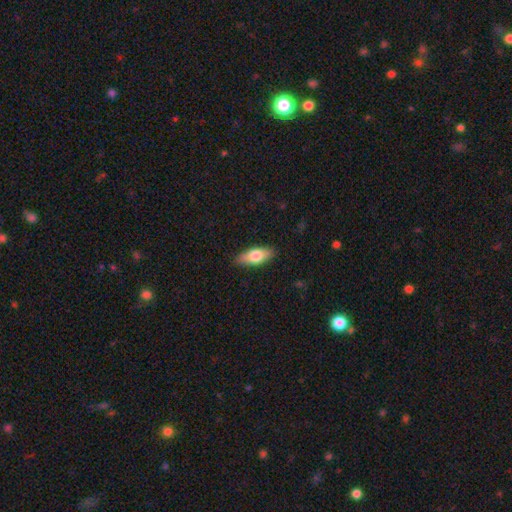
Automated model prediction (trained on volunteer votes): Q: Smooth or featured?
A: smooth (72%); runner-up: featured or disk (22%)
Q: How rounded?
A: in between (77%); runner-up: cigar-shaped (20%)
Q: Merging?
A: none (87%); runner-up: minor disturbance (10%)